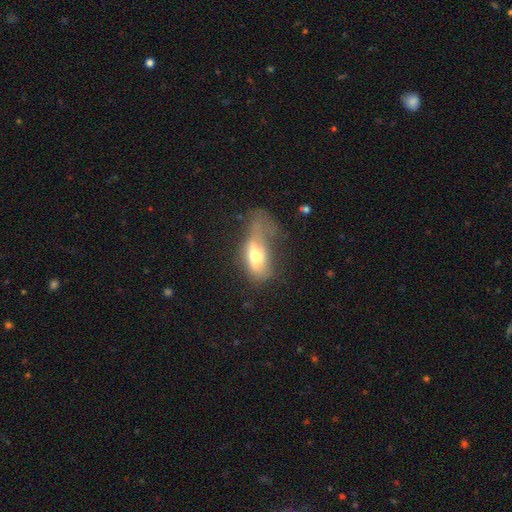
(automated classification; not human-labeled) Overall: smooth (62%; featured or disk 29%). How rounded: in between (82%). Merging: major disturbance (54%; minor disturbance 22%).